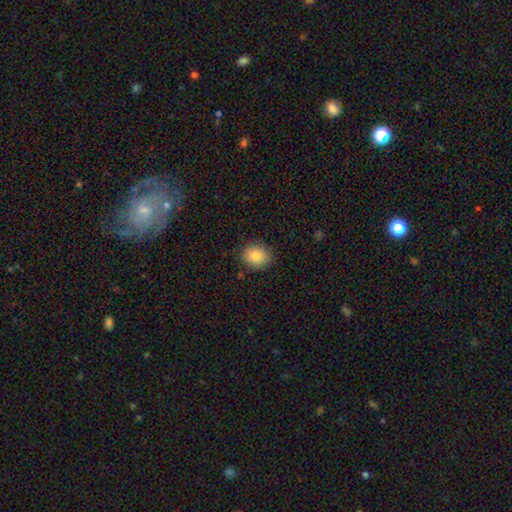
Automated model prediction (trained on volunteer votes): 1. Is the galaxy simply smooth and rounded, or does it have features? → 84% smooth, 9% star or artifact, 7% featured or disk.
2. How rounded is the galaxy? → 73% round, 26% in between, 1% cigar-shaped.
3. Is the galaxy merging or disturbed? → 87% none, 9% minor disturbance, 2% major disturbance, 1% merger.